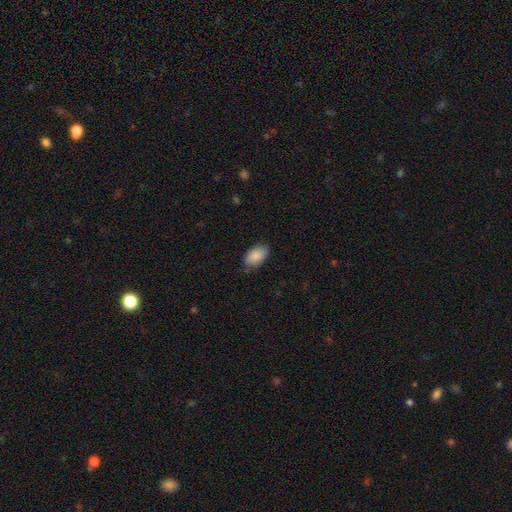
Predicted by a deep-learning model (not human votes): Smooth or featured? smooth (89%)
How rounded? in between (93%)
Merging? none (80%)